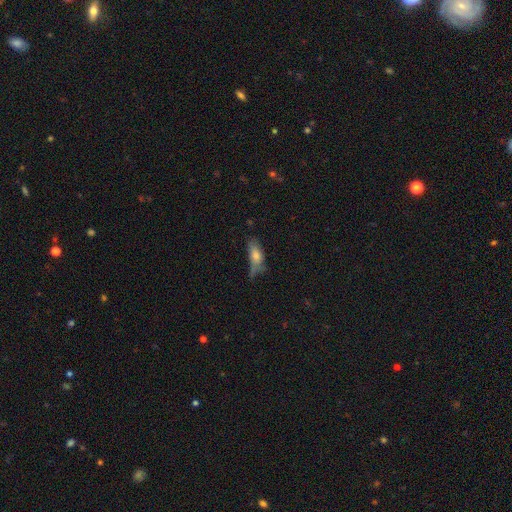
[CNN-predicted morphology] A smooth galaxy with no disk features (63%) that is in between round and cigar-shaped (65%).

Vote fractions:
- Smooth or featured? smooth: 63% / featured or disk: 26% / star or artifact: 10%
- How rounded? in between: 65% / cigar-shaped: 32% / round: 4%
- Merging? none: 43% / minor disturbance: 34% / major disturbance: 18% / merger: 5%